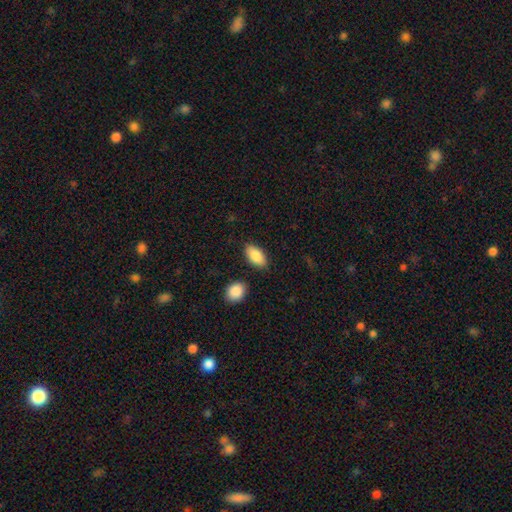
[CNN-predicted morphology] Smooth or featured? Predicted: smooth (p=0.88). How rounded? Predicted: in between (p=0.93). Merging? Predicted: none (p=0.83).